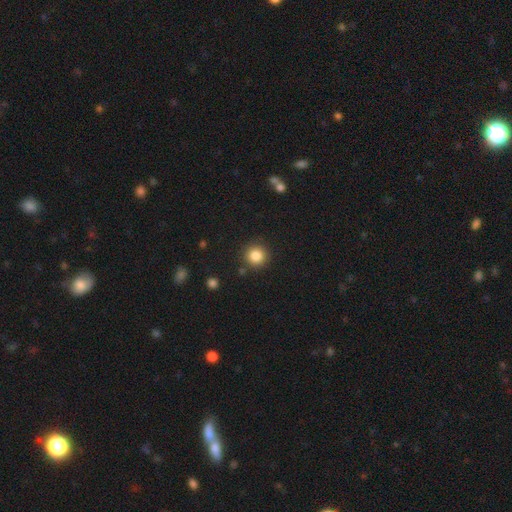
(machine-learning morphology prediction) A smooth galaxy with no disk features (84%) that is round (94%).

Vote fractions:
- Smooth or featured? smooth: 84% / star or artifact: 11% / featured or disk: 5%
- How rounded? round: 94% / in between: 5% / cigar-shaped: 1%
- Merging? none: 88% / minor disturbance: 7% / merger: 3% / major disturbance: 2%